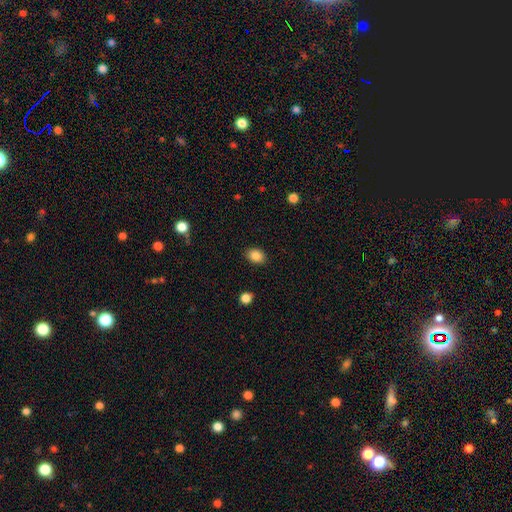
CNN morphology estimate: This is clearly a smooth galaxy (86%). How rounded: likely in between (63%). Merging: clearly none (88%).